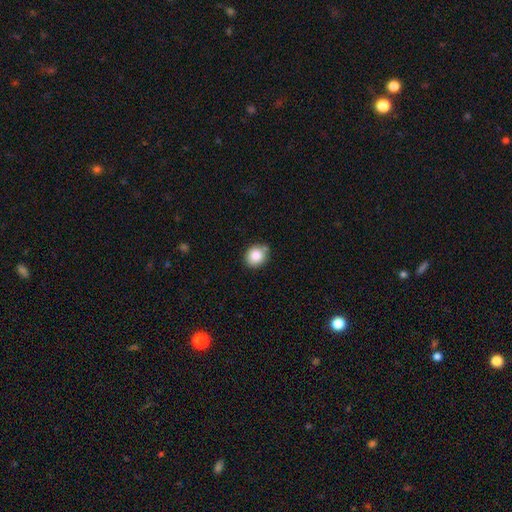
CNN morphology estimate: Overall: smooth (85%). How rounded: round (79%). Merging: none (76%).